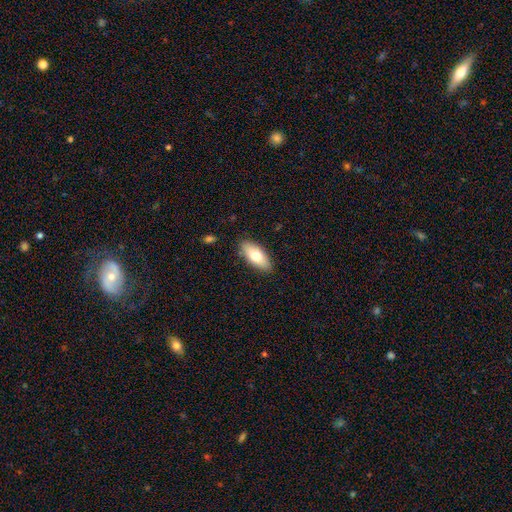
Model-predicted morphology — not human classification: type=smooth (73%); roundness=in between (84%); merging=none (88%).